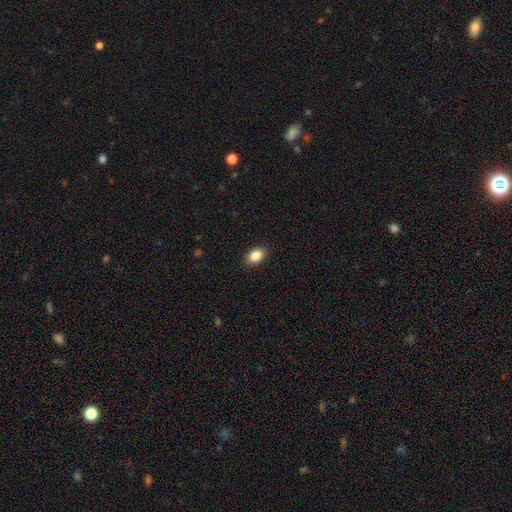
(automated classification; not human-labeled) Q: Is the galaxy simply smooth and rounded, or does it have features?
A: smooth — 87%.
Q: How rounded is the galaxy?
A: in between — 85%.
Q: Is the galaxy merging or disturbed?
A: none — 88%.